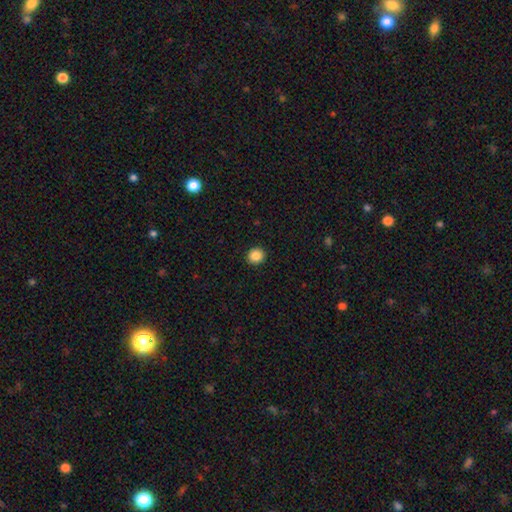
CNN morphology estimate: Overall: smooth (86%). How rounded: round (87%). Merging: none (92%).